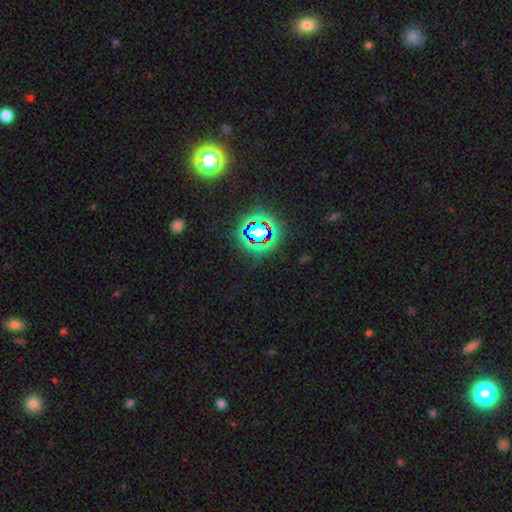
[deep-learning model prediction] Q: Smooth or featured?
A: star or artifact (78%); runner-up: smooth (14%)